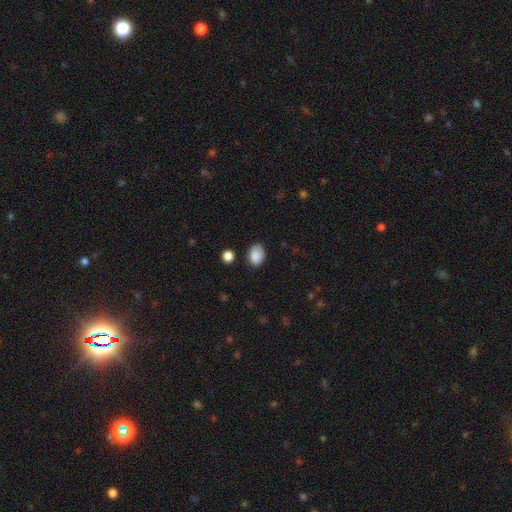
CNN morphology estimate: The model was most divided on "how rounded": in between: 76%, round: 23%, cigar-shaped: 1%. More confident: smooth or featured — smooth (88%); merging — none (77%).